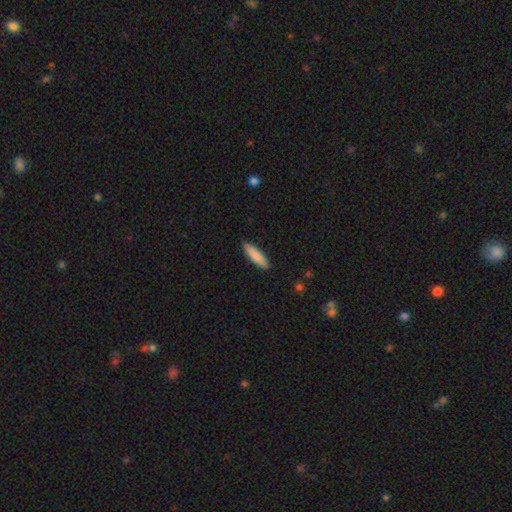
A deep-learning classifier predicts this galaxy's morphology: type=smooth (85%); roundness=cigar-shaped (71%); merging=none (89%).